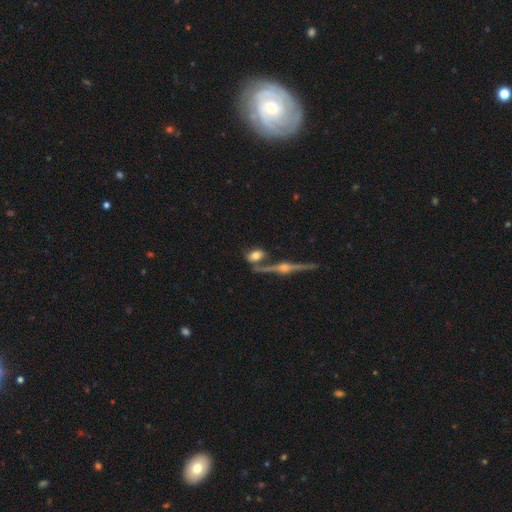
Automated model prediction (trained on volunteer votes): Smooth or featured? Predicted: smooth (p=0.51). How rounded? Predicted: in between (p=0.75). Merging? Predicted: none (p=0.59).